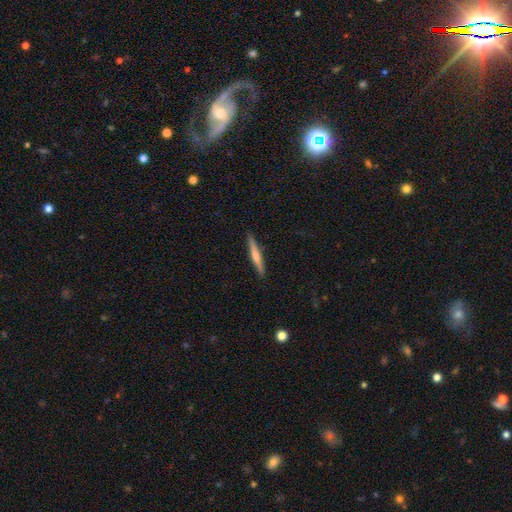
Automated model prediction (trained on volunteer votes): smooth_or_featured: featured or disk (p=0.56) [alt: smooth p=0.38]
disk_edge_on: yes (p=0.97) [alt: no p=0.03]
edge_on_bulge: rounded (p=0.73) [alt: none p=0.19]
merging: none (p=0.91) [alt: minor disturbance p=0.06]